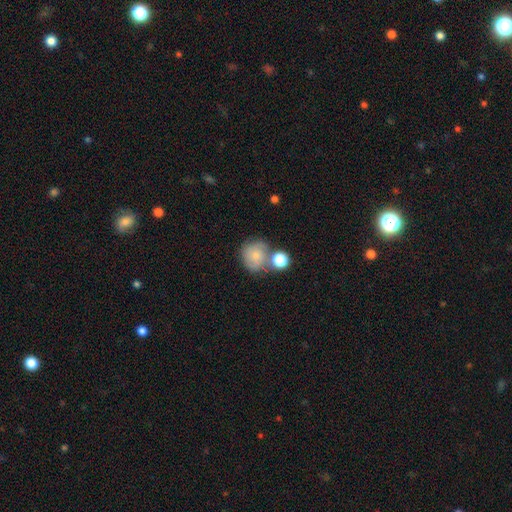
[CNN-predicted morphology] Smooth or featured? Predicted: smooth (p=0.62). How rounded? Predicted: round (p=0.81). Merging? Predicted: none (p=0.47).